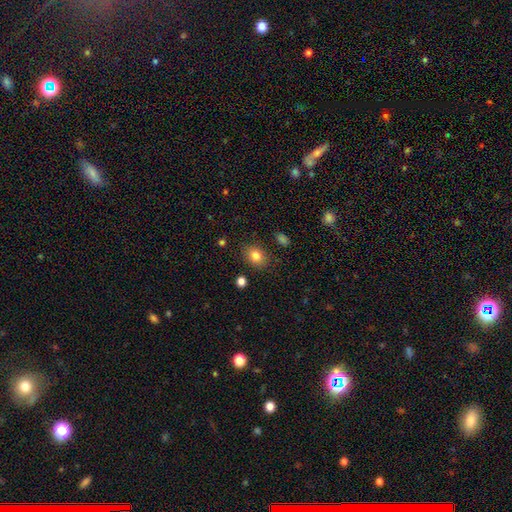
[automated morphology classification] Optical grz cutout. It shows a smooth galaxy with no disk features (82%) that is in between round and cigar-shaped (66%). Merging: none (84%).